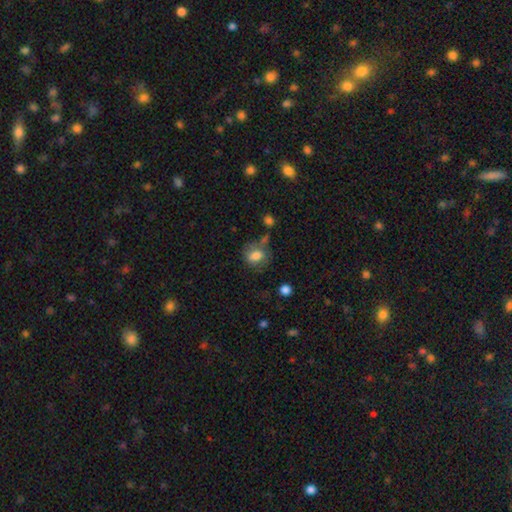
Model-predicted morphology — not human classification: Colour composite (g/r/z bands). It shows a smooth galaxy with no disk features (76%) that is in between round and cigar-shaped (55%). Merging: none (52%).